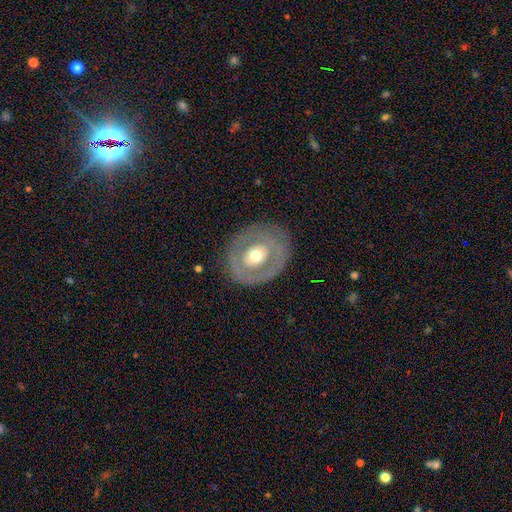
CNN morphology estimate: smooth_or_featured: featured or disk (p=0.54) [alt: smooth p=0.40]
disk_edge_on: no (p=0.94) [alt: yes p=0.06]
bar: no (p=0.82) [alt: weak p=0.12]
has_spiral_arms: no (p=0.88) [alt: yes p=0.12]
bulge_size: moderate (p=0.67) [alt: large p=0.18]
merging: none (p=0.81) [alt: minor disturbance p=0.12]